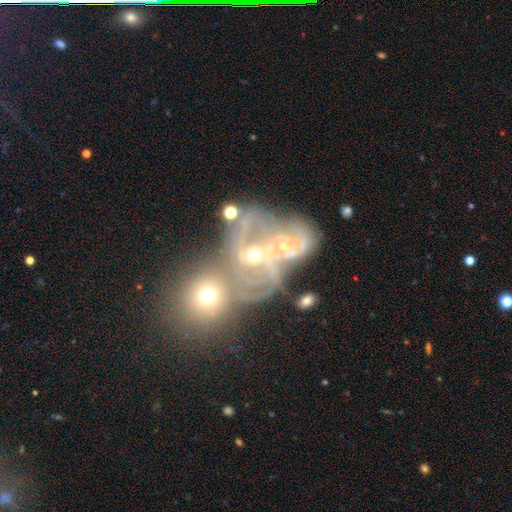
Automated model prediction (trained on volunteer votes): Smooth or featured? star or artifact (49%)